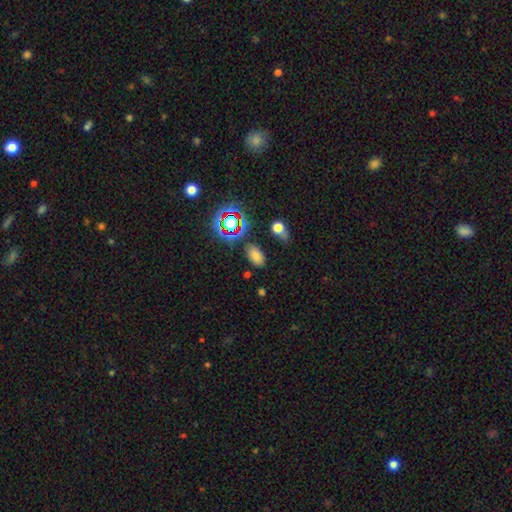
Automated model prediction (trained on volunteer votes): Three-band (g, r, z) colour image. It shows a smooth galaxy with no disk features (71%) that is in between round and cigar-shaped (91%). Merging: none (76%).